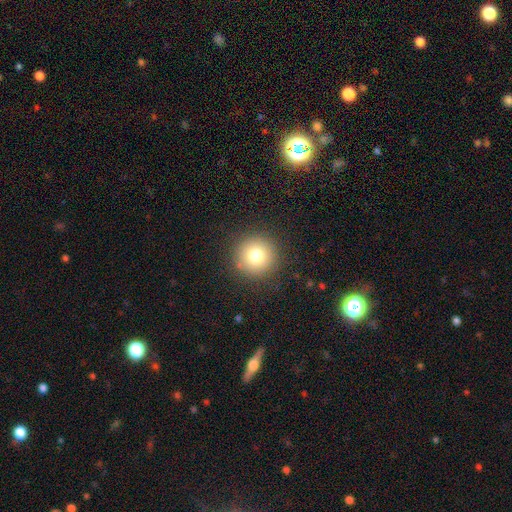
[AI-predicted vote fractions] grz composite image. It shows a smooth galaxy with no disk features (77%) that is round (95%). Merging: none (89%).